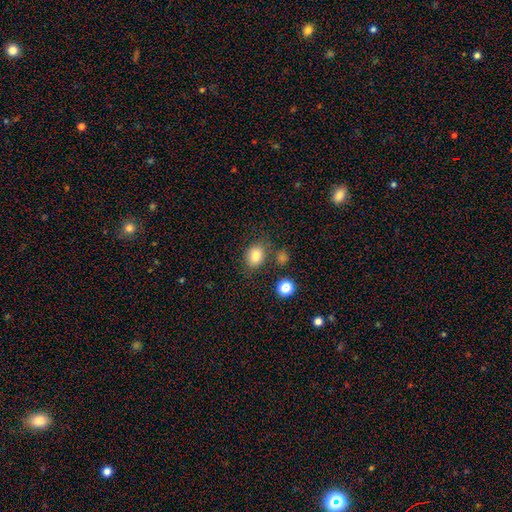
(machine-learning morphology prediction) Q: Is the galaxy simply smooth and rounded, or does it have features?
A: smooth — 82%.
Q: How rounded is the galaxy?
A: in between — 58%.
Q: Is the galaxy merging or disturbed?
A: none — 72%.